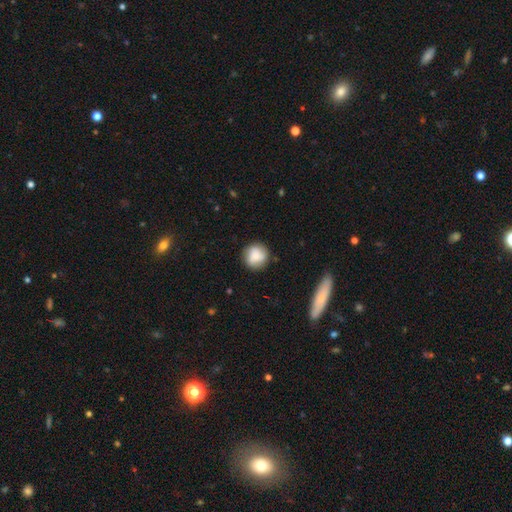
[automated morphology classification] smooth_or_featured: smooth (p=0.80) [alt: featured or disk p=0.12]
how_rounded: round (p=0.91) [alt: in between p=0.08]
merging: none (p=0.83) [alt: minor disturbance p=0.12]